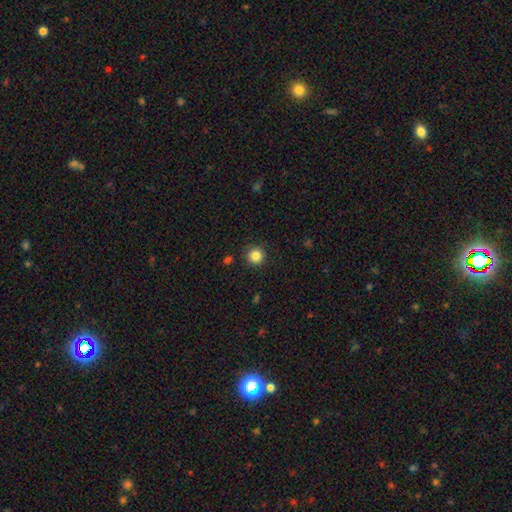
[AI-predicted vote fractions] Morphology: type=smooth (85%); roundness=round (95%); merging=none (91%).